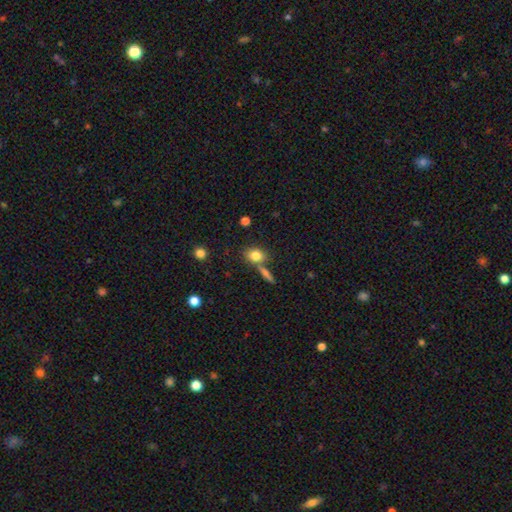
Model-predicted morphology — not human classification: smooth-or-featured: smooth: 80% | star or artifact: 10% | featured or disk: 10%
  how-rounded: in between: 56% | round: 41% | cigar-shaped: 4%
  merging: none: 60% | merger: 23% | minor disturbance: 12% | major disturbance: 4%